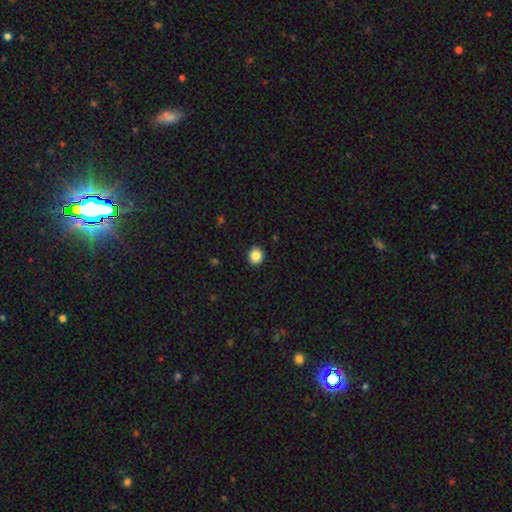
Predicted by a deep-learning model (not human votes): Overall: smooth (86%). How rounded: round (79%). Merging: none (92%).